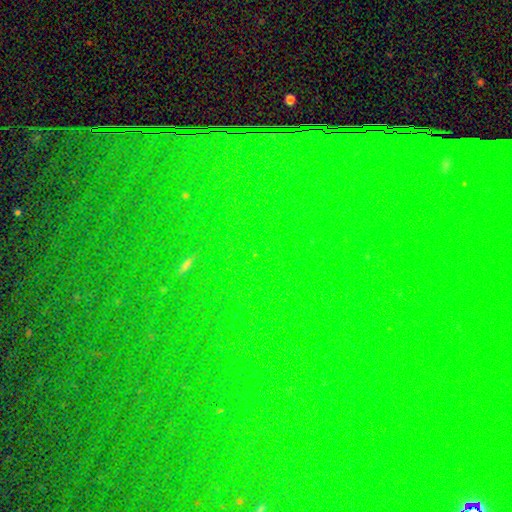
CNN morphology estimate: Smooth or featured? star or artifact (82%)